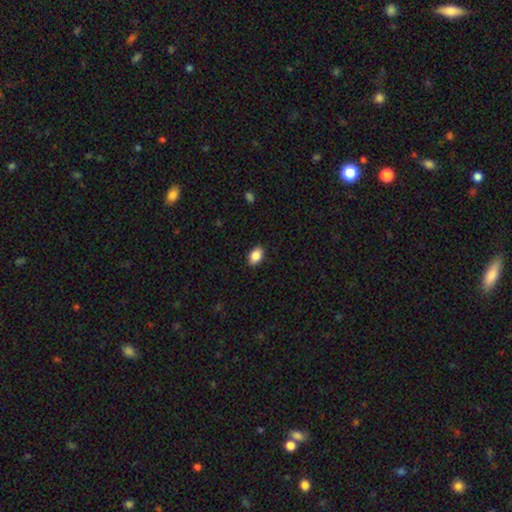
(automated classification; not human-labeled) This is clearly a smooth galaxy (87%). How rounded: clearly in between (88%). Merging: clearly none (89%).